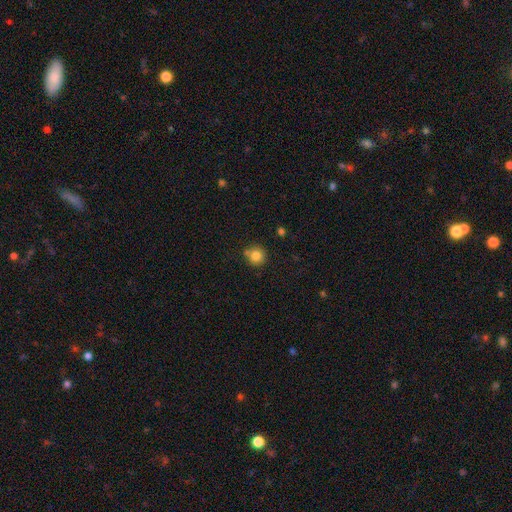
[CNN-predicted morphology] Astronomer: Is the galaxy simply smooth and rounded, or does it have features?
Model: smooth — 82%.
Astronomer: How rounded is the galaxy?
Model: round — 91%.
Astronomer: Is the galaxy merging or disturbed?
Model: none — 70%.